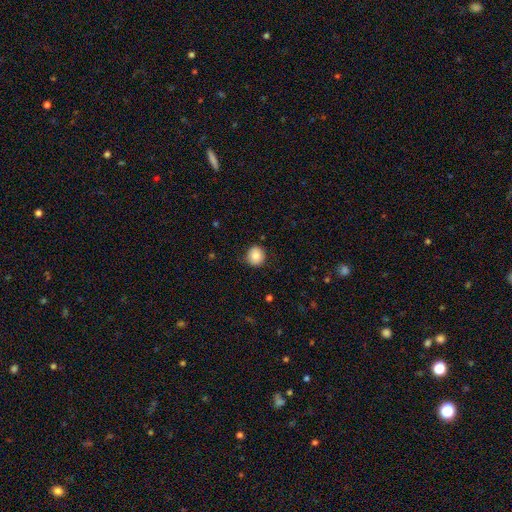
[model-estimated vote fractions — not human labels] Overall: smooth (85%). How rounded: round (89%). Merging: none (86%).